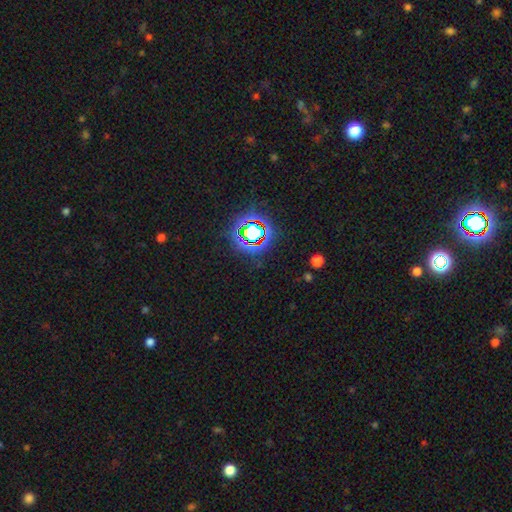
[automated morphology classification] A star or artifact, not a galaxy (81%).

Vote fractions:
- Smooth or featured? star or artifact: 81% / smooth: 11% / featured or disk: 8%